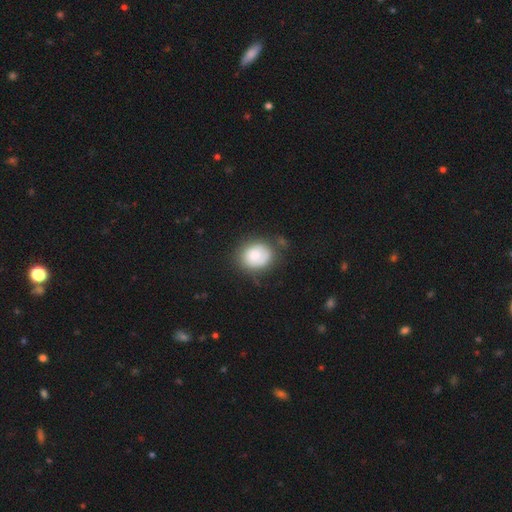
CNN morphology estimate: The model was most divided on "how rounded": round: 64%, in between: 35%, cigar-shaped: 1%. More confident: smooth or featured — smooth (76%); merging — none (63%).